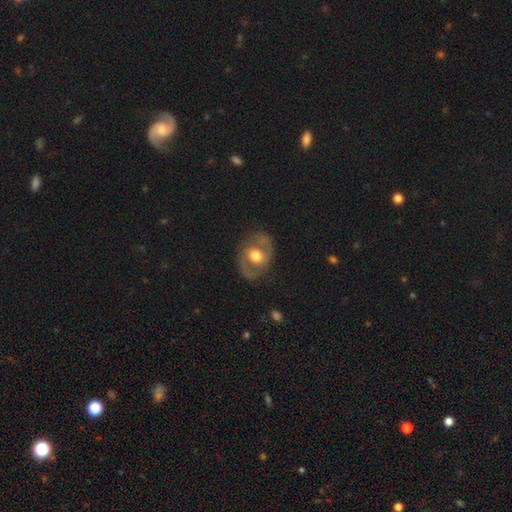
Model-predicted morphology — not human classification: featured or disk 56%, smooth 38%, star or artifact 6%. Down the decision tree: edge-on disk — no (93%); bar — no (64%); spiral arms — no (59%); bulge size — moderate (58%); merging — none (75%).